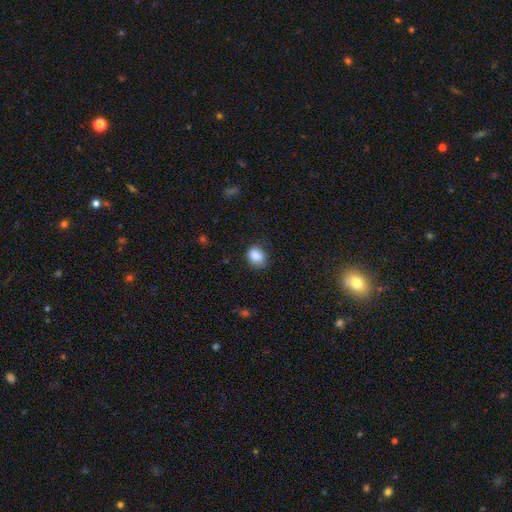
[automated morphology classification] Overall: smooth (87%). How rounded: in between (52%; round 47%). Merging: none (71%).